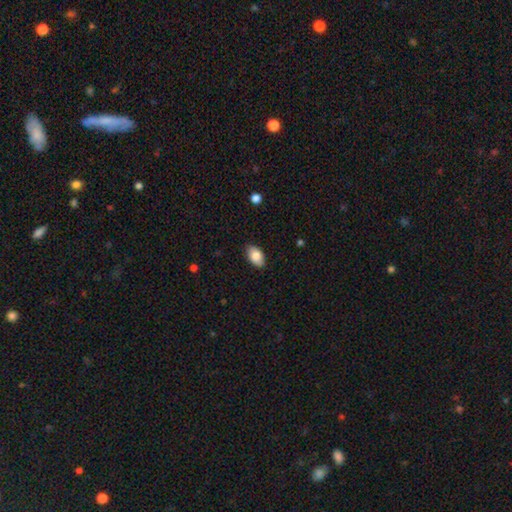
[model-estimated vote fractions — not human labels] A smooth galaxy with no disk features (82%) that is in between round and cigar-shaped (92%).

Vote fractions:
- Smooth or featured? smooth: 82% / featured or disk: 11% / star or artifact: 7%
- How rounded? in between: 92% / round: 6% / cigar-shaped: 1%
- Merging? none: 86% / minor disturbance: 11% / major disturbance: 2% / merger: 1%